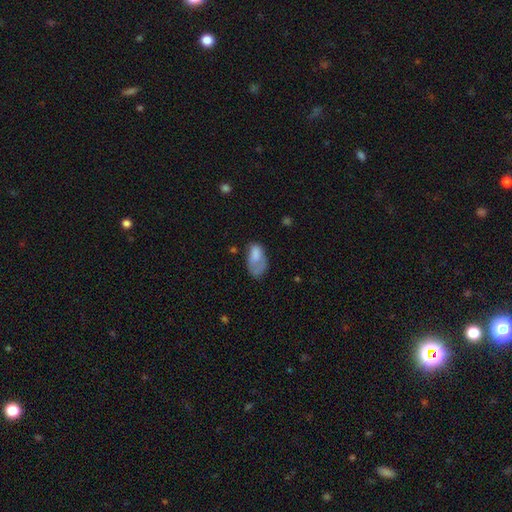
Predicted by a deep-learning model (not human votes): Smooth or featured?
  - smooth: 72% *
  - featured or disk: 20%
  - star or artifact: 8%
How rounded?
  - in between: 92% *
  - round: 6%
  - cigar-shaped: 2%
Merging?
  - major disturbance: 35% *
  - minor disturbance: 30%
  - none: 29%
  - merger: 6%